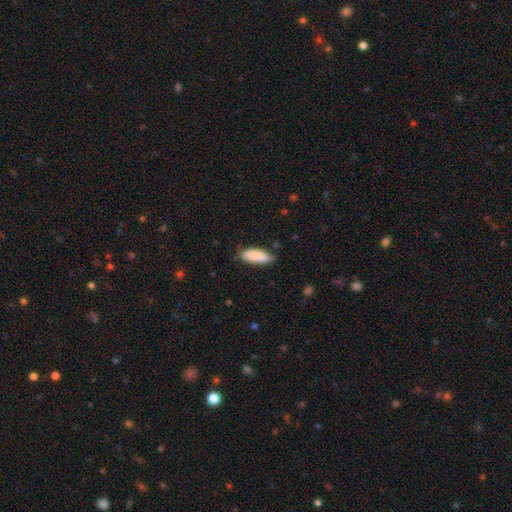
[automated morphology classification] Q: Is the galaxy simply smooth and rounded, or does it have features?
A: smooth — 88%.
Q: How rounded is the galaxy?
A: in between — 74%.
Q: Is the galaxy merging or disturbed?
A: none — 72%.